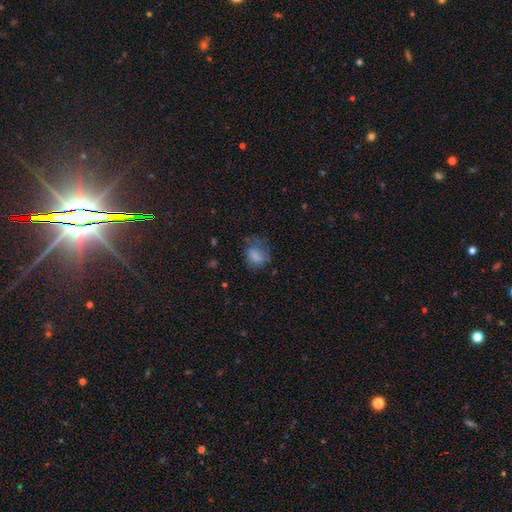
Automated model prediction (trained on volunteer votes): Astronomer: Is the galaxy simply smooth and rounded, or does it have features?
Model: smooth — 73%.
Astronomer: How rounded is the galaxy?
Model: in between — 63%.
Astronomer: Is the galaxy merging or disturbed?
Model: none — 39% (runner-up: minor disturbance, 30%).